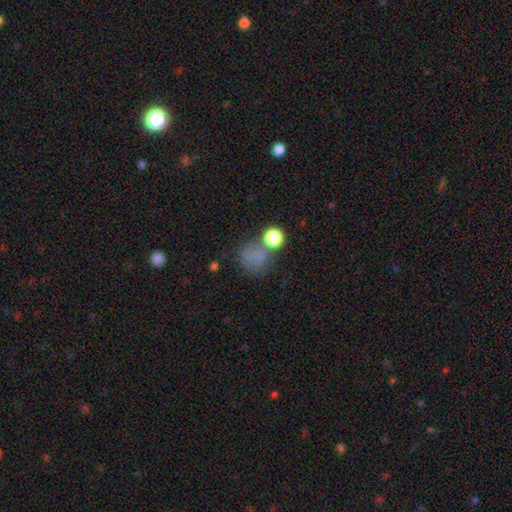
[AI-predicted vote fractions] smooth_or_featured: smooth (p=0.69) [alt: star or artifact p=0.21]
how_rounded: round (p=0.77) [alt: in between p=0.22]
merging: none (p=0.51) [alt: minor disturbance p=0.18]